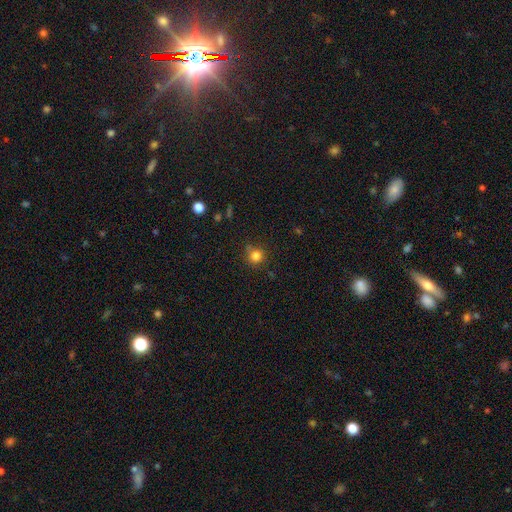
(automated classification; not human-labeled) This is clearly a smooth galaxy (81%). How rounded: clearly round (92%). Merging: clearly none (80%).